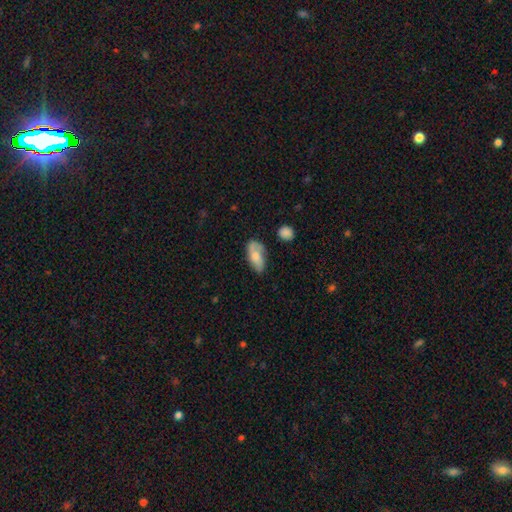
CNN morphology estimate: type=smooth (61%); roundness=in between (89%); merging=none (61%).